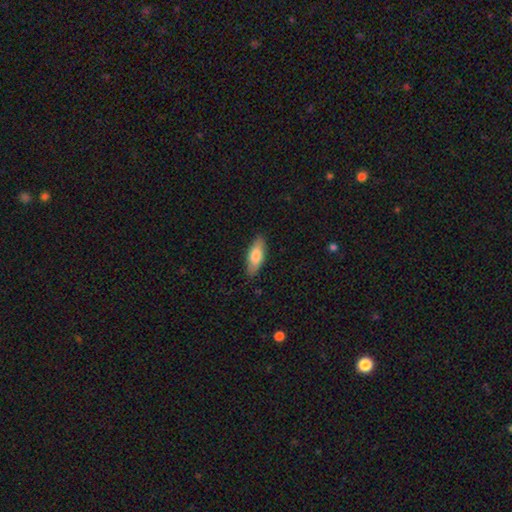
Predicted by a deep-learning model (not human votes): Q: Smooth or featured?
A: smooth (75%); runner-up: featured or disk (19%)
Q: How rounded?
A: in between (70%); runner-up: cigar-shaped (28%)
Q: Merging?
A: none (86%); runner-up: minor disturbance (11%)